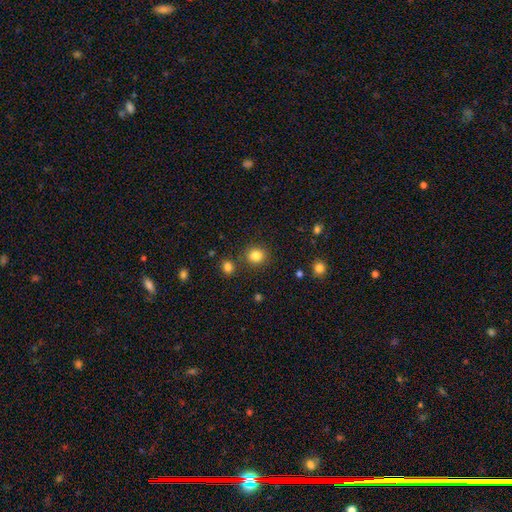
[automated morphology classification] Smooth or featured: smooth — 84% (star or artifact — 12%)
How rounded: round — 85% (in between — 14%)
Merging: none — 84% (minor disturbance — 8%)